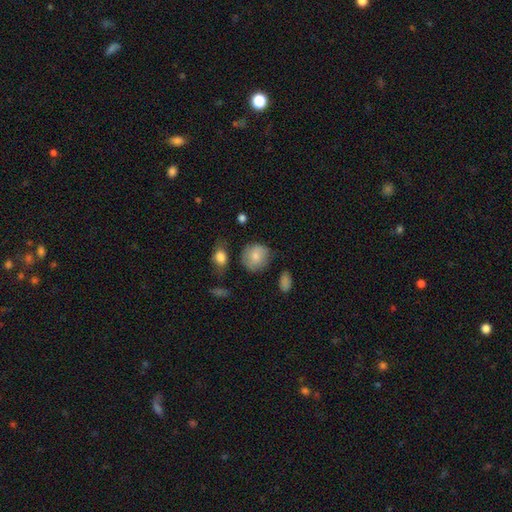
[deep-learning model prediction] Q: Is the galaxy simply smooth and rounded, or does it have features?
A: smooth — 72%.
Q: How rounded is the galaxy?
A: round — 80%.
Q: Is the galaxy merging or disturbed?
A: none — 67%.